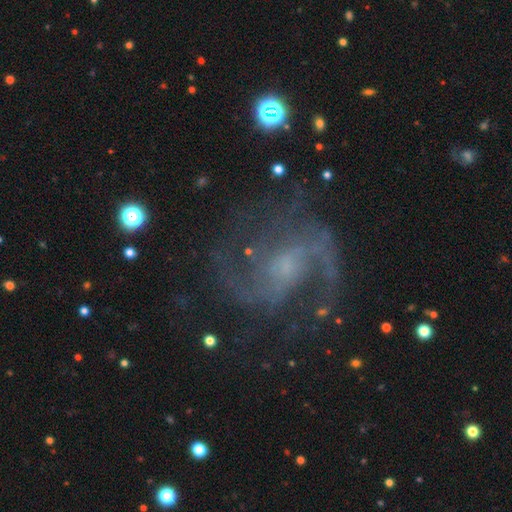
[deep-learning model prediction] Morphology: type=featured or disk (88%); edge-on=no (98%); bar=no (45%); spiral arms=yes (96%); winding=medium (52%); arm count=2 (77%); bulge=small (58%); merging=none (70%).